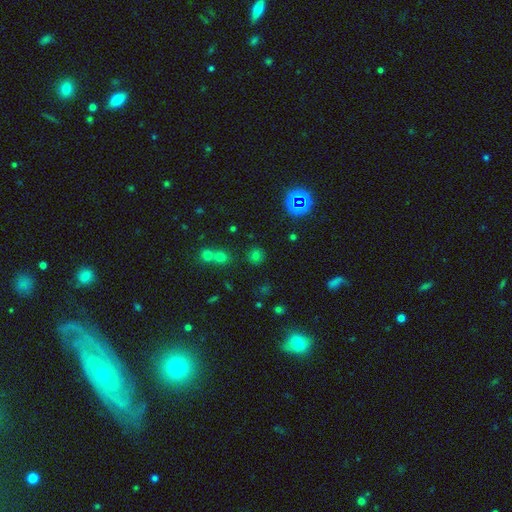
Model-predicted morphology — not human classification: Overall: smooth (63%; star or artifact 30%). How rounded: round (89%). Merging: none (80%).